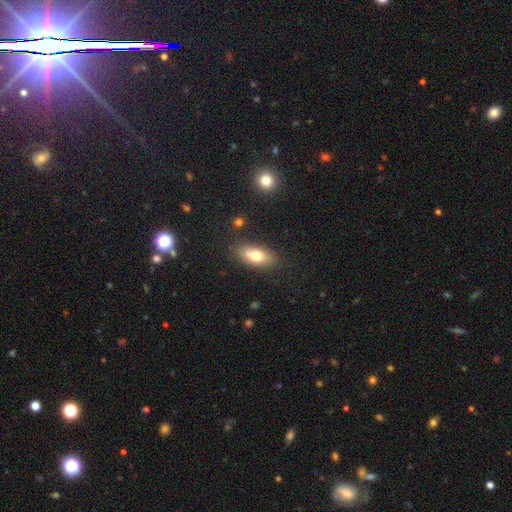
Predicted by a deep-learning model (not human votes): The model was most divided on "smooth or featured": smooth: 72%, featured or disk: 19%, star or artifact: 8%. More confident: how rounded — in between (82%); merging — none (82%).